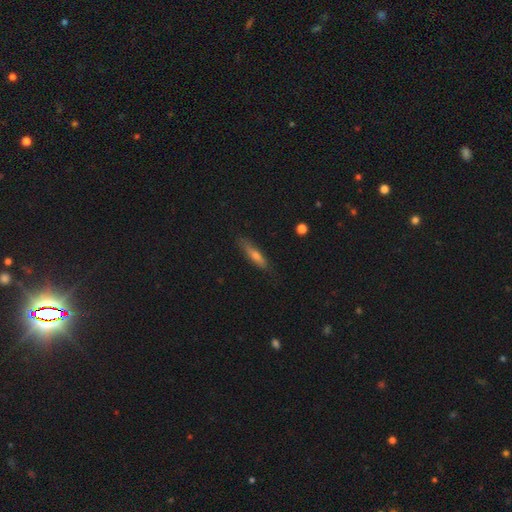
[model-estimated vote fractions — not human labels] Smooth or featured? smooth (56%)
How rounded? cigar-shaped (81%)
Merging? none (83%)